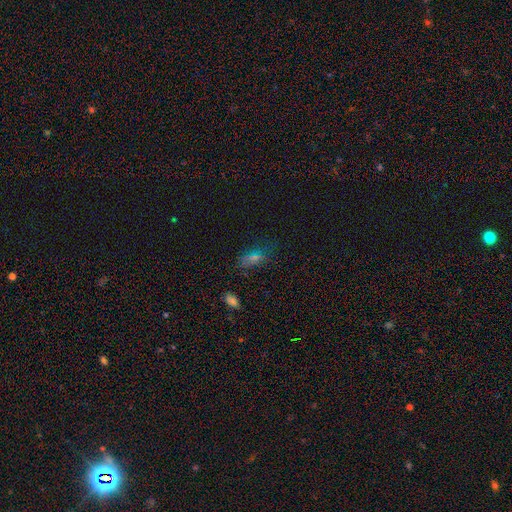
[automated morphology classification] A smooth galaxy with no disk features (47%).

Vote fractions:
- Smooth or featured? smooth: 47% / star or artifact: 30% / featured or disk: 23%
- Merging? none: 68% / minor disturbance: 20% / major disturbance: 9% / merger: 3%